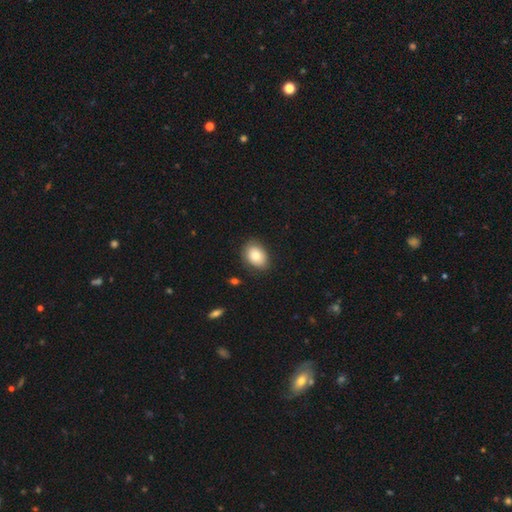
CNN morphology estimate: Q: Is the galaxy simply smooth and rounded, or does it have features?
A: smooth — 83%.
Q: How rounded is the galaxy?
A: in between — 76%.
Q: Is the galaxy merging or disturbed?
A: none — 82%.